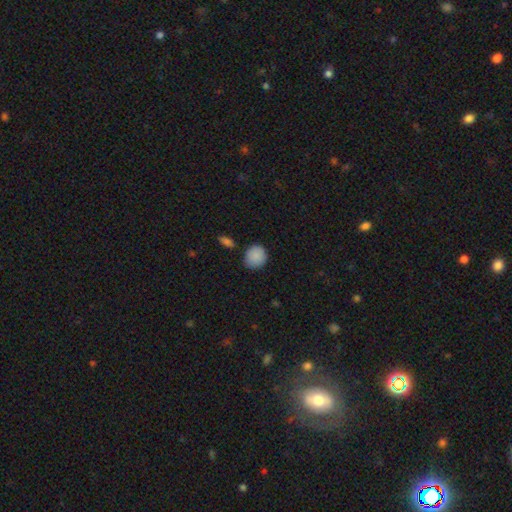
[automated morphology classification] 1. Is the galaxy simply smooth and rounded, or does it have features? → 89% smooth, 8% star or artifact, 4% featured or disk.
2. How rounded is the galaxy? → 81% round, 18% in between, 1% cigar-shaped.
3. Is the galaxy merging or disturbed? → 80% none, 13% minor disturbance, 3% merger, 3% major disturbance.